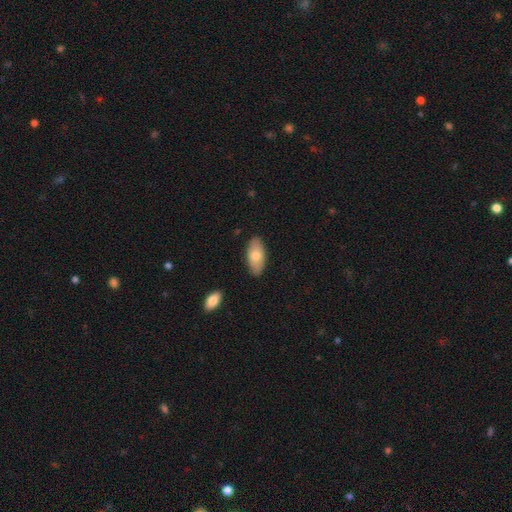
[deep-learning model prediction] Smooth or featured?
  - smooth: 73% *
  - featured or disk: 21%
  - star or artifact: 6%
How rounded?
  - in between: 92% *
  - cigar-shaped: 6%
  - round: 3%
Merging?
  - none: 86% *
  - minor disturbance: 10%
  - major disturbance: 2%
  - merger: 1%